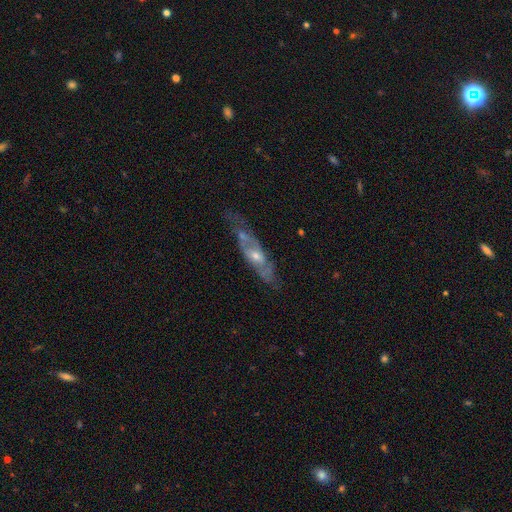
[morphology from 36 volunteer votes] type=featured or disk (67%); edge-on=no (75%); bar=weak (61%); spiral arms=yes (72%); winding=medium (69%); arm count=2 (54%); bulge=moderate (56%); merging=none (50%).